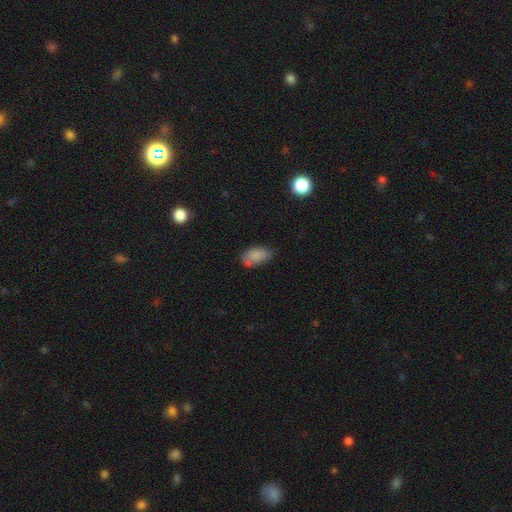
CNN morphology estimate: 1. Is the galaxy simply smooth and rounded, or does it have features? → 81% smooth, 10% featured or disk, 9% star or artifact.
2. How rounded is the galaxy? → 91% in between, 6% round, 3% cigar-shaped.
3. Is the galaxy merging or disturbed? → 53% none, 31% minor disturbance, 8% major disturbance, 8% merger.